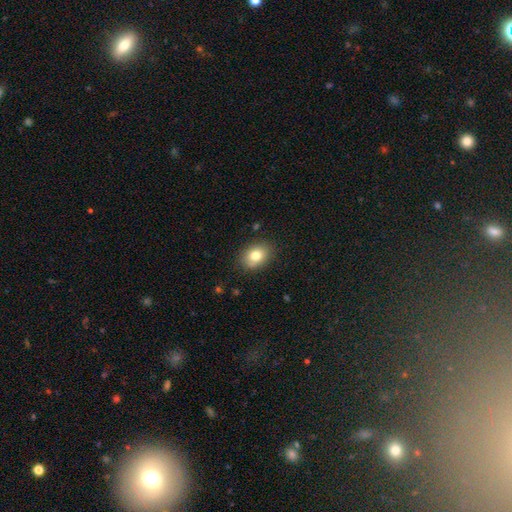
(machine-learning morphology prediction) Q: Smooth or featured?
A: smooth (80%); runner-up: featured or disk (11%)
Q: How rounded?
A: in between (65%); runner-up: round (34%)
Q: Merging?
A: none (85%); runner-up: minor disturbance (11%)